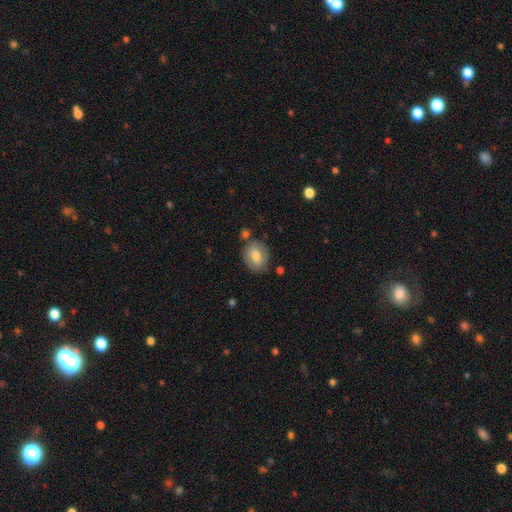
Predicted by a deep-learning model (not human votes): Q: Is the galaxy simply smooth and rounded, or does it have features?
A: smooth — 66%.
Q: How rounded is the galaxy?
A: in between — 53%.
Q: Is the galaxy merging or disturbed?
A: none — 76%.